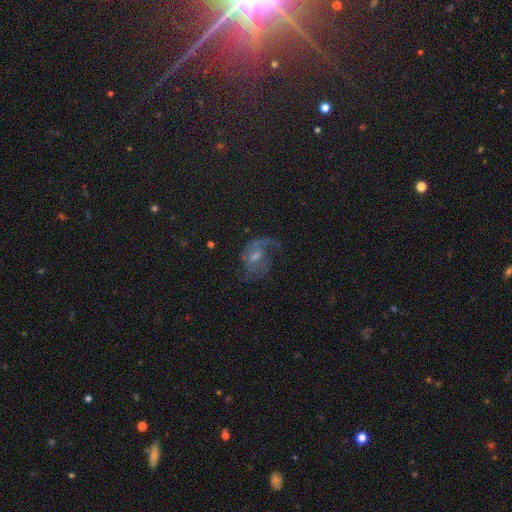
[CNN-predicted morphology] Smooth or featured?
  - featured or disk: 69% *
  - smooth: 17%
  - star or artifact: 13%
Edge-on disk?
  - no: 97% *
  - yes: 3%
Bar?
  - weak: 49% *
  - no: 39%
  - strong: 12%
Spiral arms?
  - yes: 85% *
  - no: 15%
Spiral winding?
  - medium: 44% *
  - loose: 39%
  - tight: 17%
Spiral arm count?
  - 2: 47% *
  - 1: 35%
  - can't tell: 12%
  - 3: 3%
  - 4: 2%
  - more than 4: 2%
Bulge size?
  - small: 50% *
  - moderate: 36%
  - none: 10%
  - large: 3%
  - dominant: 1%
Merging?
  - none: 46% *
  - major disturbance: 31%
  - minor disturbance: 20%
  - merger: 3%